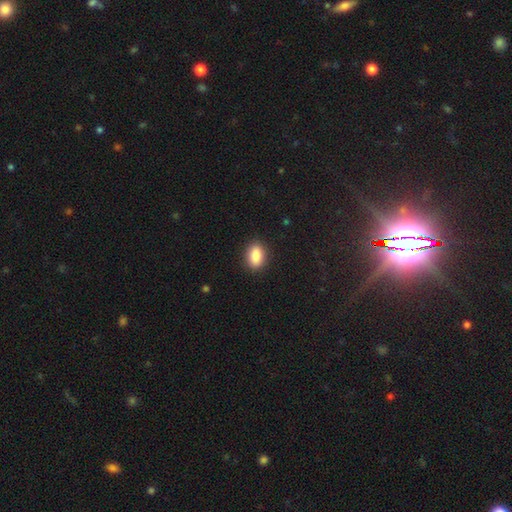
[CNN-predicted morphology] This appears to be a smooth galaxy with no disk features (87%) that is in between round and cigar-shaped (86%). Merging: none (89%).